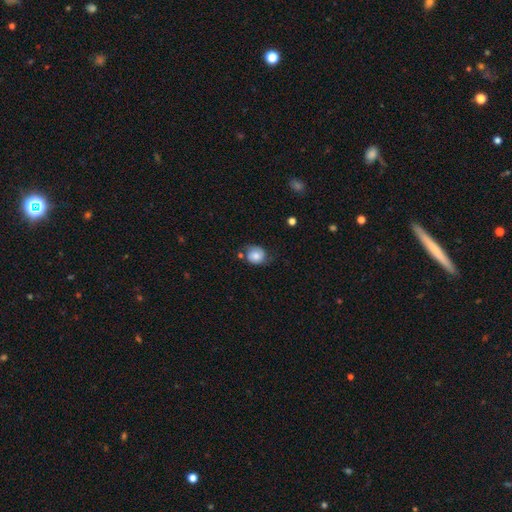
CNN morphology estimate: This appears to be a smooth galaxy with no disk features (59%) that is round (68%). Merging: none (55%).